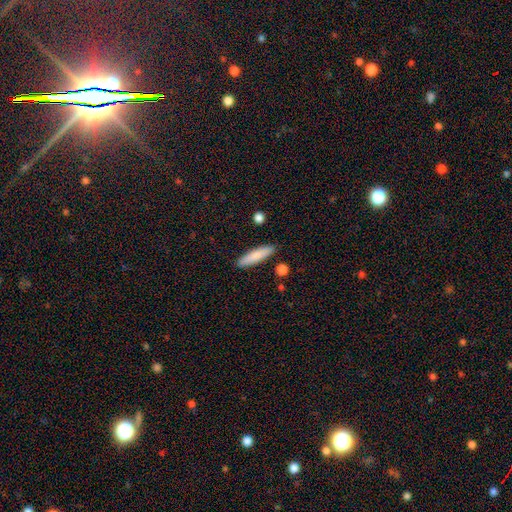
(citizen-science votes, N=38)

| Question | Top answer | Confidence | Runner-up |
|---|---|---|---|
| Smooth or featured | smooth | 87% | featured or disk (13%) |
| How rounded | cigar-shaped | 79% | in between (21%) |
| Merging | none | 95% | minor disturbance (5%) |